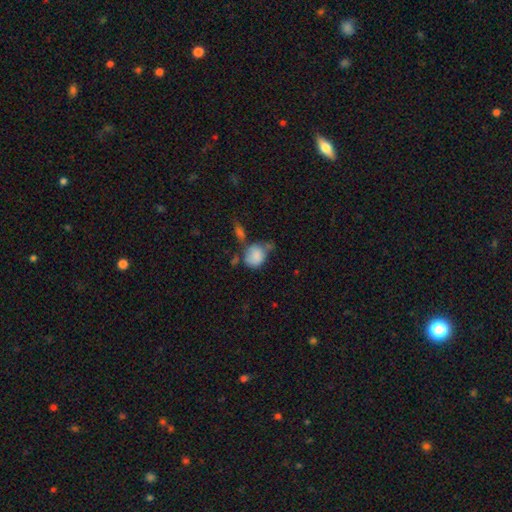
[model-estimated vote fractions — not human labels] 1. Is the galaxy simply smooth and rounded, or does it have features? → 81% smooth, 11% featured or disk, 8% star or artifact.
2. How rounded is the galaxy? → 56% round, 43% in between, 1% cigar-shaped.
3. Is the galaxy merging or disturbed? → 35% none, 27% minor disturbance, 25% merger, 14% major disturbance.